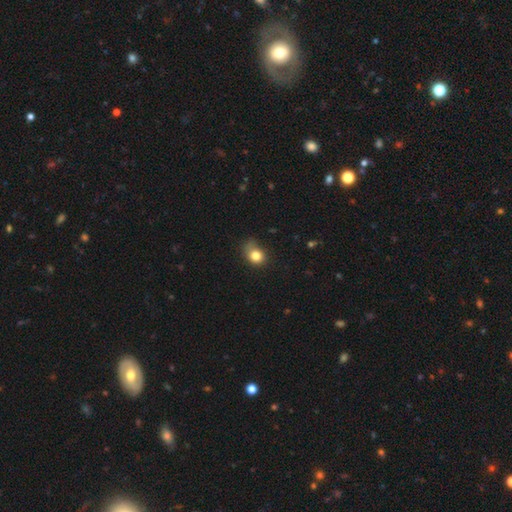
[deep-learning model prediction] The model was most divided on "merging": none: 49%, minor disturbance: 35%, major disturbance: 14%, merger: 3%. More confident: smooth or featured — smooth (80%); how rounded — round (58%).